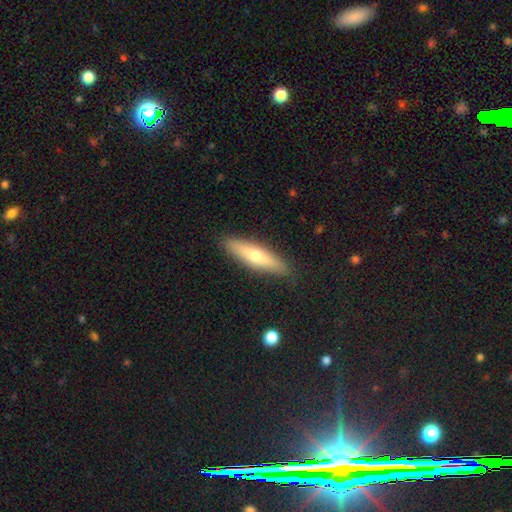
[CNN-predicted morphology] A smooth galaxy with no disk features (58%) that is cigar-shaped (76%).

Vote fractions:
- Smooth or featured? smooth: 58% / featured or disk: 36% / star or artifact: 6%
- How rounded? cigar-shaped: 76% / in between: 22% / round: 2%
- Merging? none: 89% / minor disturbance: 8% / major disturbance: 2% / merger: 1%